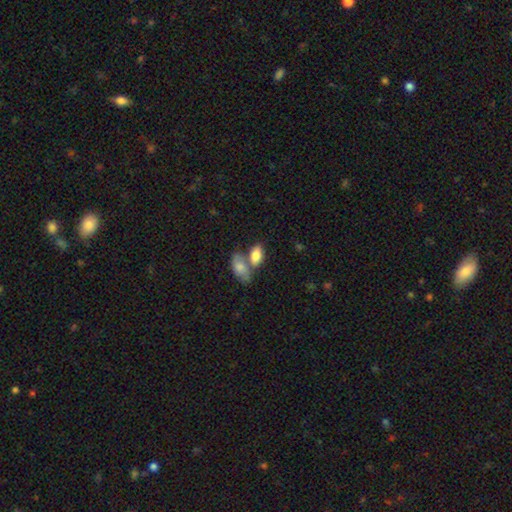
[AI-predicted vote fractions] This is clearly a smooth galaxy (82%). How rounded: clearly in between (91%). Merging: possibly merger (46%).